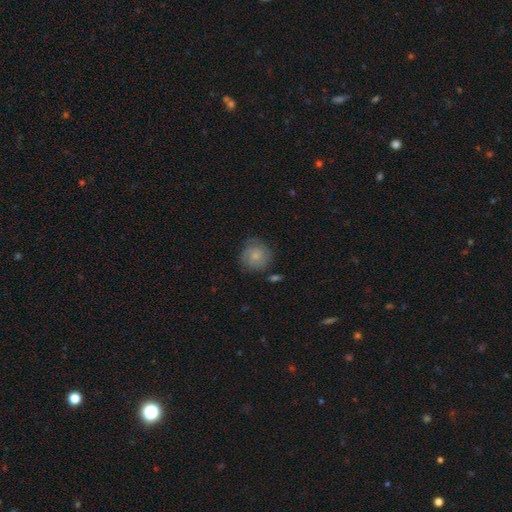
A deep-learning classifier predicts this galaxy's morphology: smooth_or_featured: smooth (p=0.69) [alt: featured or disk p=0.24]
how_rounded: round (p=0.90) [alt: in between p=0.09]
merging: none (p=0.71) [alt: minor disturbance p=0.20]